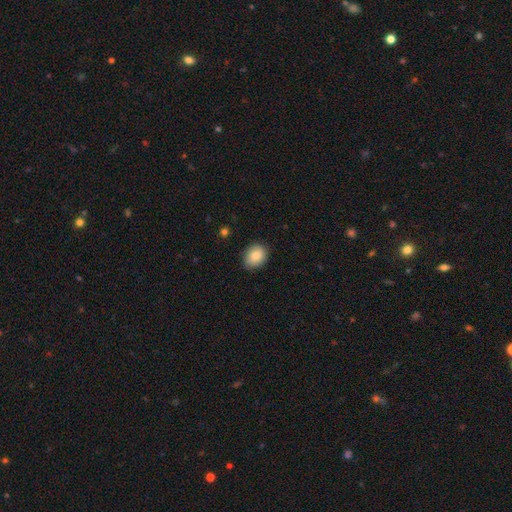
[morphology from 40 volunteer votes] type=smooth (85%); roundness=round (50%, tied with in between); merging=none (86%).